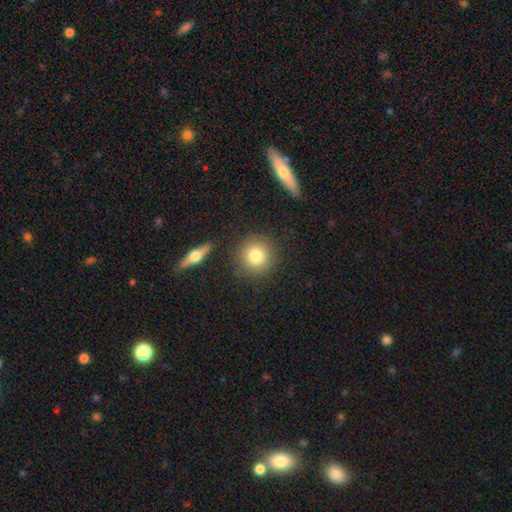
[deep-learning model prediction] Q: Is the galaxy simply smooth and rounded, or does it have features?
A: smooth — 80%.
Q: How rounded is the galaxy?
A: round — 92%.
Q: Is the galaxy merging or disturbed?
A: none — 85%.